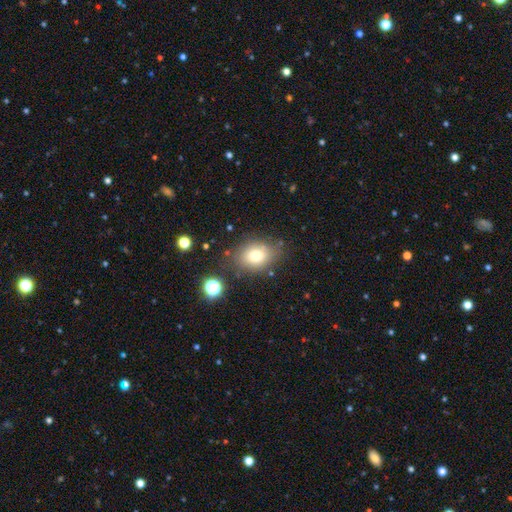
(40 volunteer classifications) Smooth or featured: smooth — 82% (star or artifact — 10%)
How rounded: in between — 55% (round — 45%)
Merging: none — 72% (minor disturbance — 28%)